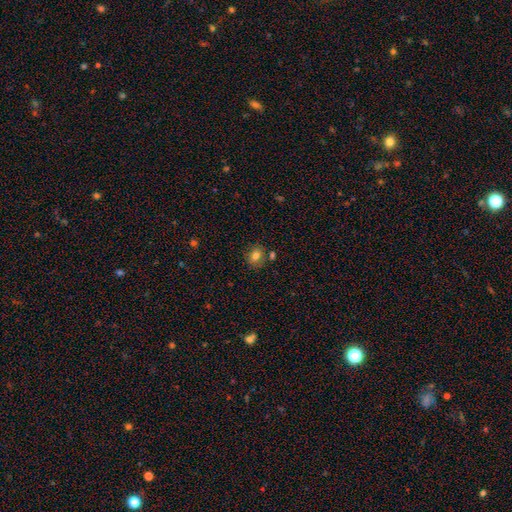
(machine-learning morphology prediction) Smooth or featured? Predicted: smooth (p=0.79). How rounded? Predicted: round (p=0.57). Merging? Predicted: none (p=0.74).